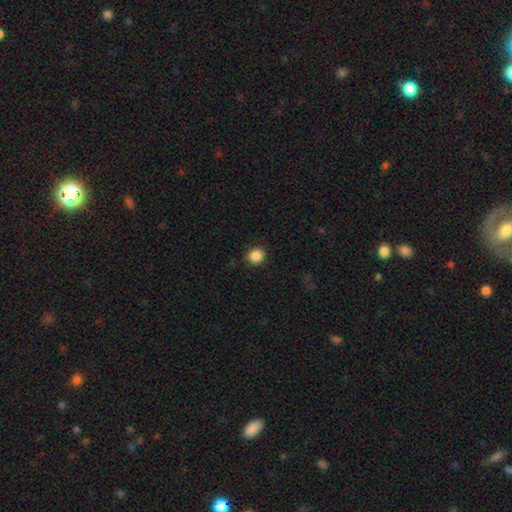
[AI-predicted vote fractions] Smooth or featured: smooth — 88% (star or artifact — 10%)
How rounded: round — 84% (in between — 16%)
Merging: none — 90% (minor disturbance — 7%)